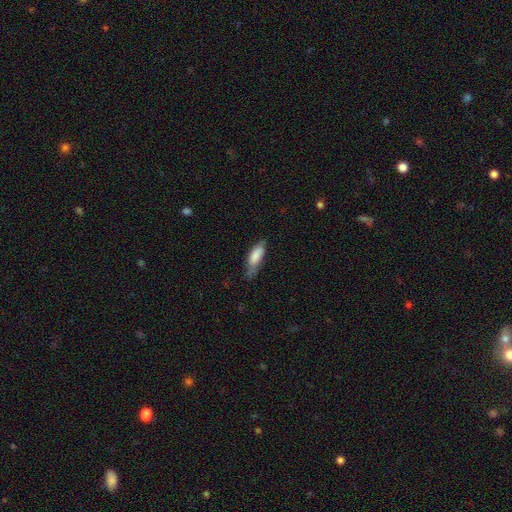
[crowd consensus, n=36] This appears to be a smooth galaxy with no disk features (89%) that is in between round and cigar-shaped (81%). Merging: none (46%, tied with minor disturbance).